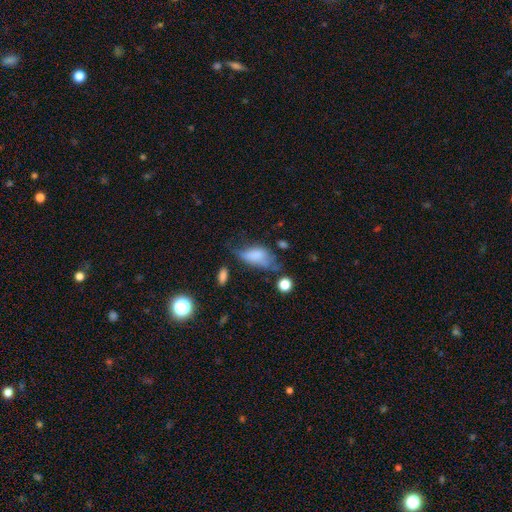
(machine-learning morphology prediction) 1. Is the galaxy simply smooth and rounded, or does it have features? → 69% smooth, 21% featured or disk, 10% star or artifact.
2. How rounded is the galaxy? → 89% in between, 6% cigar-shaped, 5% round.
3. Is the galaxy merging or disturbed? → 38% major disturbance, 32% minor disturbance, 21% none, 9% merger.